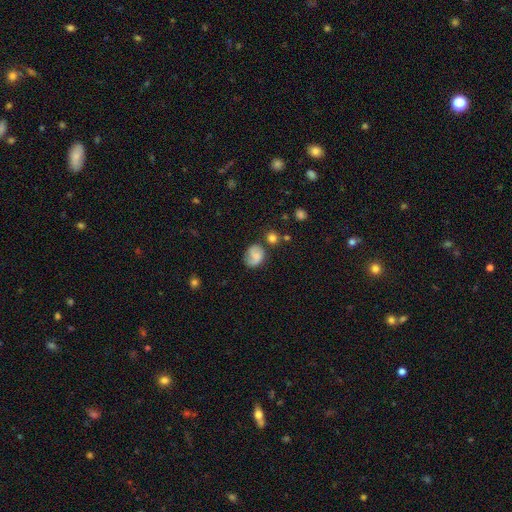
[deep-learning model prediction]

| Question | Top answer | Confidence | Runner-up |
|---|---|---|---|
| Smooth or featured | smooth | 61% | featured or disk (29%) |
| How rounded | round | 54% | in between (45%) |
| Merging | none | 53% | minor disturbance (28%) |